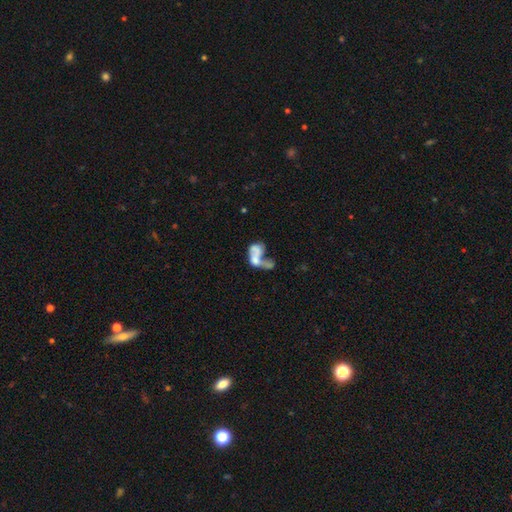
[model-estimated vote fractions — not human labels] A featured or disk galaxy (45%). Merging: merger (63%).